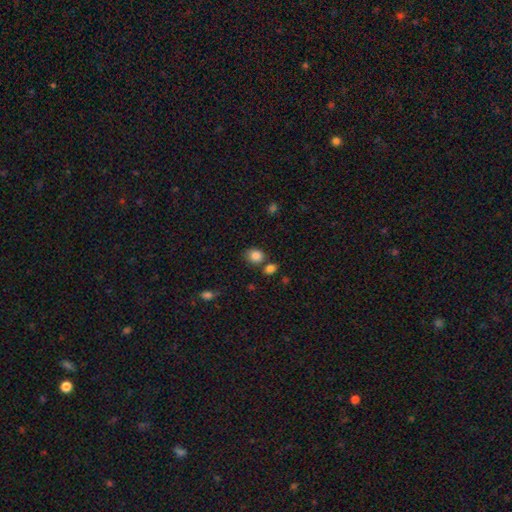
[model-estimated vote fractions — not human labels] Morphology: type=smooth (85%); roundness=round (64%); merging=none (65%).